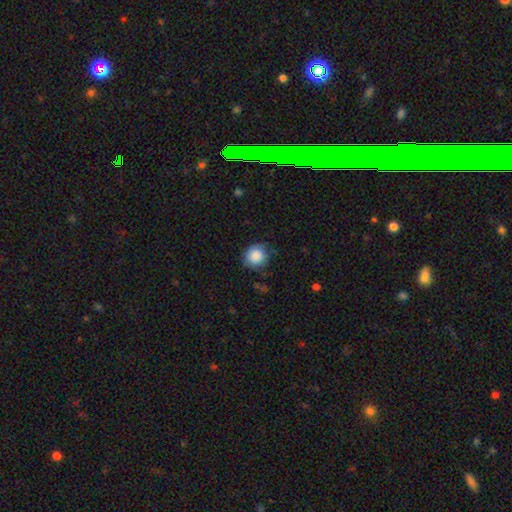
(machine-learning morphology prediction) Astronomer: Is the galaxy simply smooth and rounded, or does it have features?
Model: smooth — 88%.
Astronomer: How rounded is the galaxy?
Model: round — 88%.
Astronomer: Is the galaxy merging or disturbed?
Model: none — 75%.